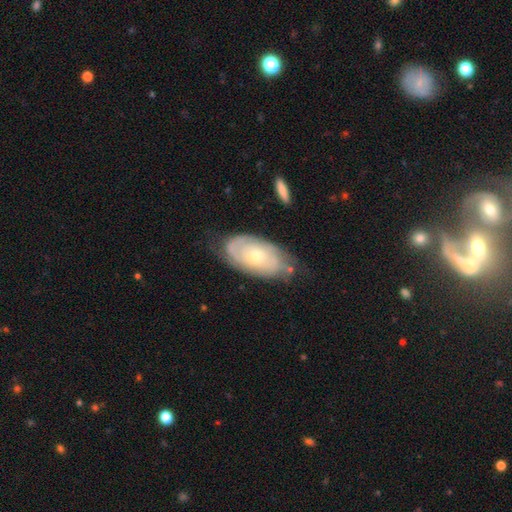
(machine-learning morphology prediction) type=featured or disk (72%); edge-on=no (93%); bar=no (77%); spiral arms=yes (86%); winding=tight (71%); arm count=can't tell (49%); bulge=small (55%); merging=none (65%).